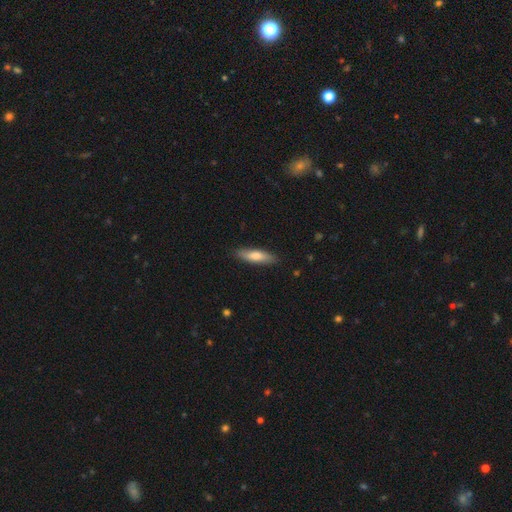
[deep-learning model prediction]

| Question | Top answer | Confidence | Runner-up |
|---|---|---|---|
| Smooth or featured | smooth | 71% | featured or disk (24%) |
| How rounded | cigar-shaped | 67% | in between (32%) |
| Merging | none | 87% | minor disturbance (10%) |